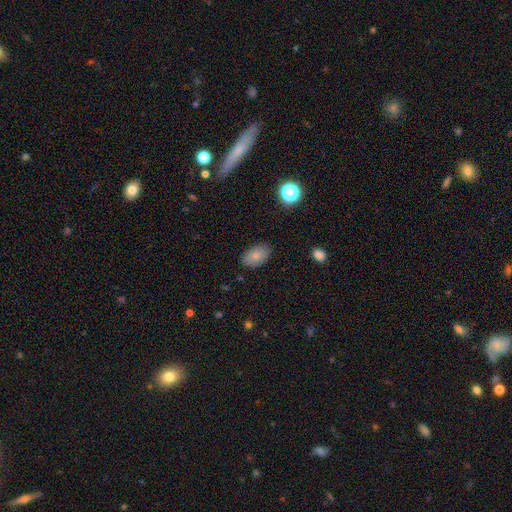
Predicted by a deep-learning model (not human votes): Morphology: type=smooth (82%); roundness=in between (91%); merging=none (85%).